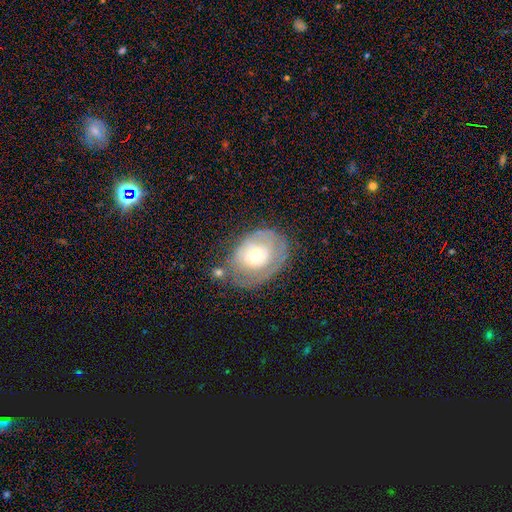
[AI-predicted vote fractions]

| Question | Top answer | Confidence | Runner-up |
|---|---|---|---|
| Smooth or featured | featured or disk | 49% | smooth (43%) |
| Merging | none | 54% | minor disturbance (25%) |